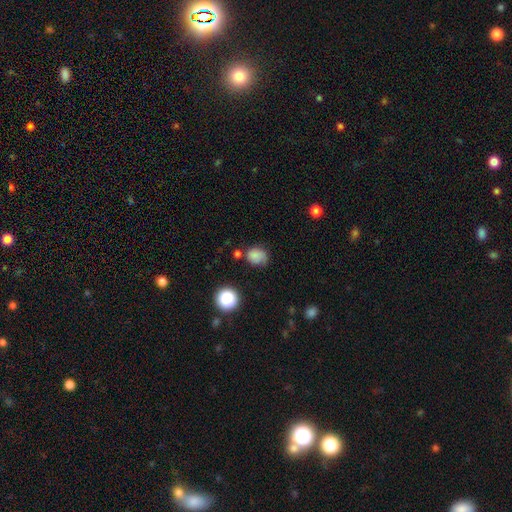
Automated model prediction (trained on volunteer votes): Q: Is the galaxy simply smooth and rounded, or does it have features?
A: smooth — 78%.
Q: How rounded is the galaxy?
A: round — 59%.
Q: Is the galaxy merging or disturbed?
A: none — 61%.